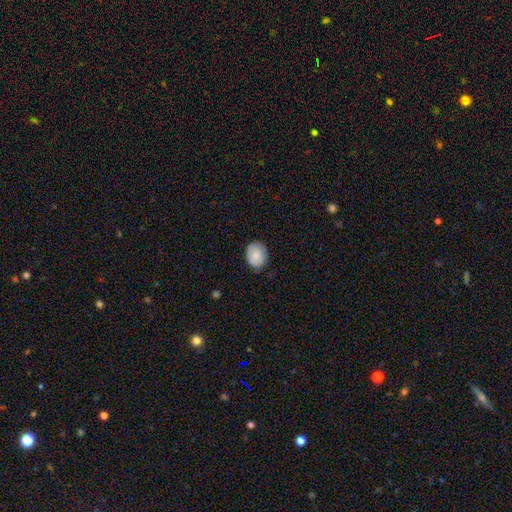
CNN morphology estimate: smooth 83%, featured or disk 10%, star or artifact 7%. Down the decision tree: how rounded — round (51%); merging — none (77%).